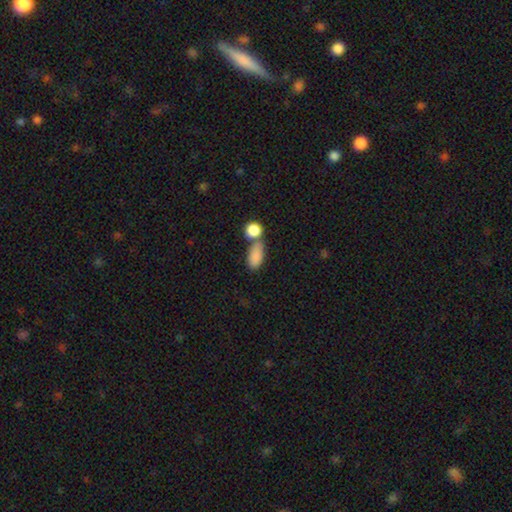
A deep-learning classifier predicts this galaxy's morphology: Smooth or featured?
  - smooth: 86% *
  - star or artifact: 8%
  - featured or disk: 6%
How rounded?
  - in between: 87% *
  - round: 8%
  - cigar-shaped: 6%
Merging?
  - none: 46% *
  - merger: 35%
  - minor disturbance: 13%
  - major disturbance: 6%